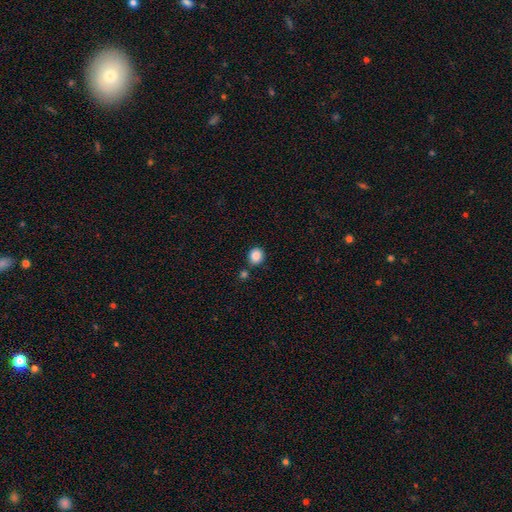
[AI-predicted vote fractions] smooth 88%, star or artifact 9%, featured or disk 3%. Down the decision tree: how rounded — round (77%); merging — none (78%).